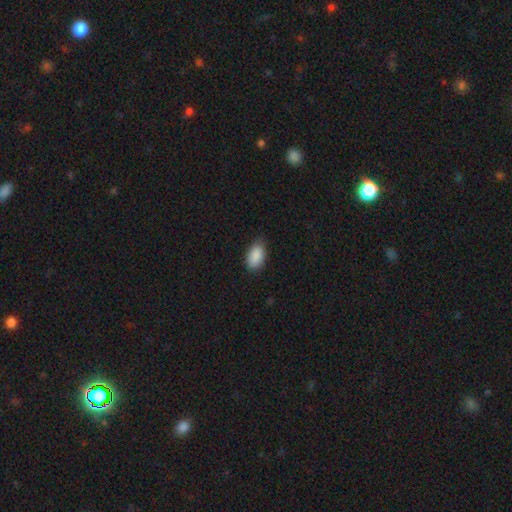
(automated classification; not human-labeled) Smooth or featured? Predicted: smooth (p=0.90). How rounded? Predicted: in between (p=0.94). Merging? Predicted: none (p=0.77).